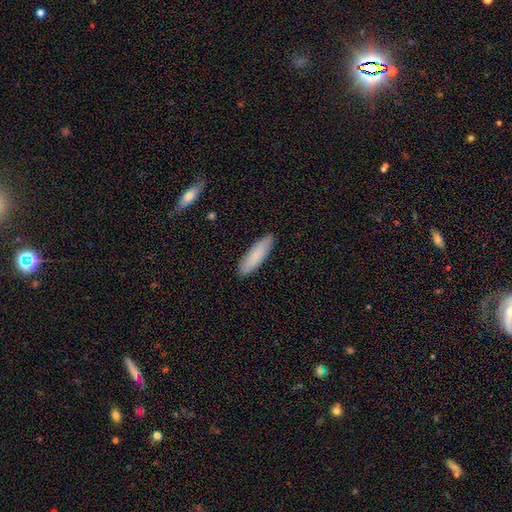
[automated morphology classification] The model was most divided on "how rounded": cigar-shaped: 60%, in between: 38%, round: 1%. More confident: merging — none (89%); smooth or featured — smooth (85%).